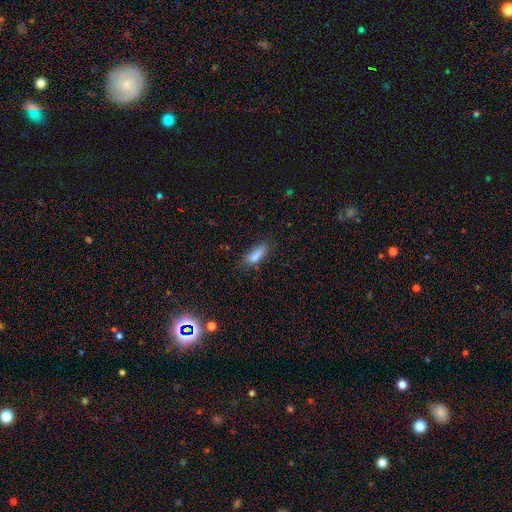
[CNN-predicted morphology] A smooth galaxy with no disk features (85%) that is in between round and cigar-shaped (68%). Merging: none (69%).